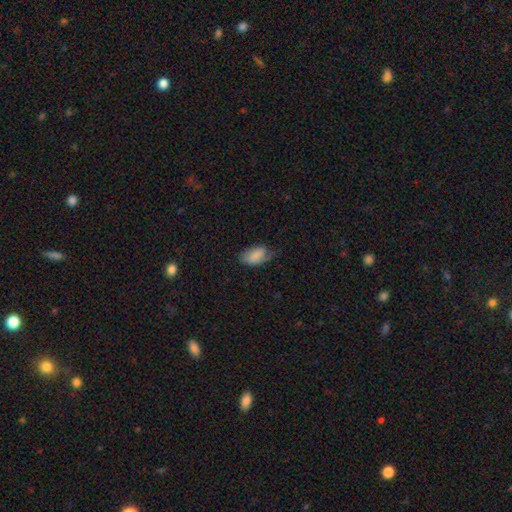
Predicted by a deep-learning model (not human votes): A smooth galaxy with no disk features (77%) that is in between round and cigar-shaped (94%).

Vote fractions:
- Smooth or featured? smooth: 77% / featured or disk: 15% / star or artifact: 7%
- How rounded? in between: 94% / round: 4% / cigar-shaped: 2%
- Merging? none: 45% / minor disturbance: 36% / major disturbance: 17% / merger: 2%